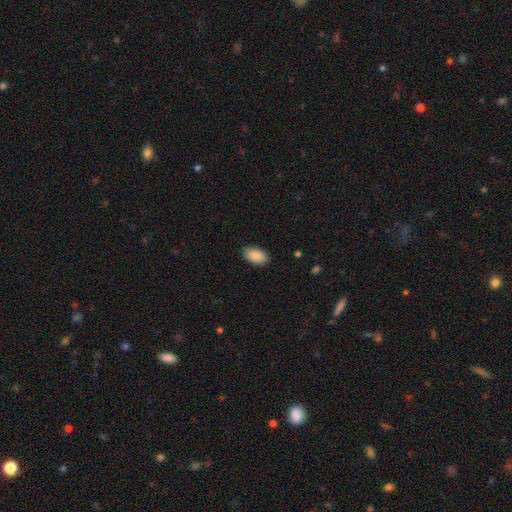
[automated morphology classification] Smooth or featured?
  - smooth: 90% *
  - star or artifact: 7%
  - featured or disk: 4%
How rounded?
  - in between: 93% *
  - round: 5%
  - cigar-shaped: 1%
Merging?
  - none: 89% *
  - minor disturbance: 9%
  - major disturbance: 2%
  - merger: 1%